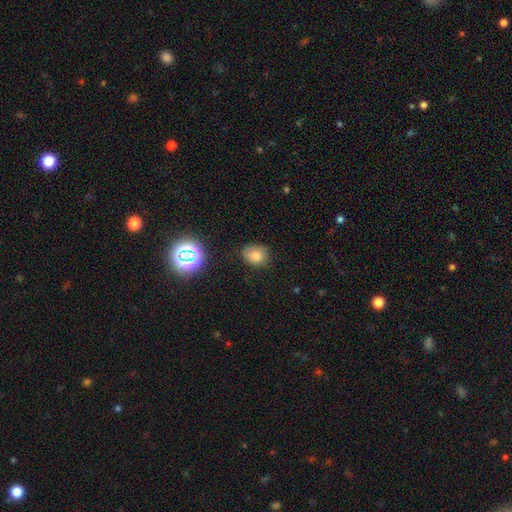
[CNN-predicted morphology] This appears to be a smooth galaxy with no disk features (78%) that is round (52%). Merging: none (72%).